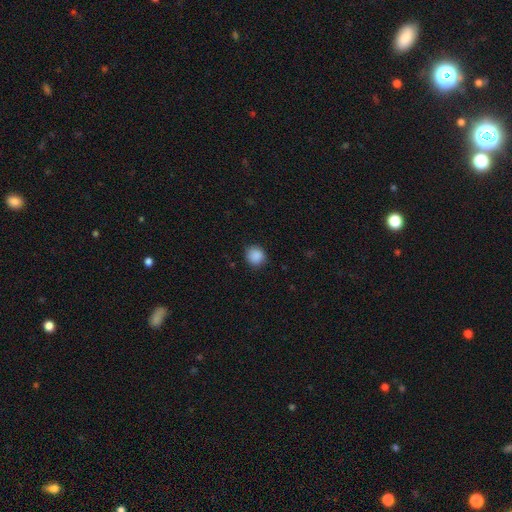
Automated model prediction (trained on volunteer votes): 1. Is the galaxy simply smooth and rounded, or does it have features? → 88% smooth, 9% star or artifact, 2% featured or disk.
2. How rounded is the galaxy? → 89% round, 10% in between, 1% cigar-shaped.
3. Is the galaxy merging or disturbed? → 89% none, 8% minor disturbance, 2% major disturbance, 1% merger.